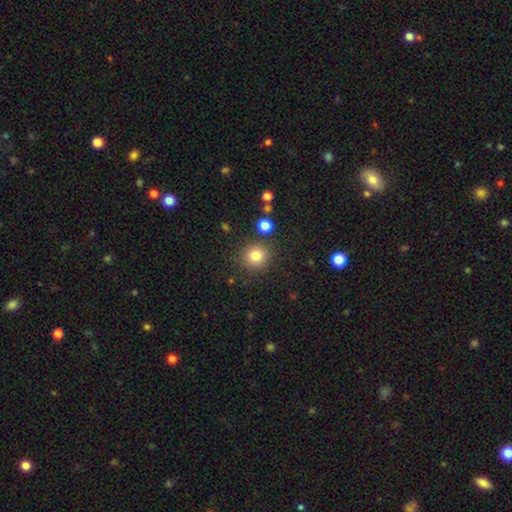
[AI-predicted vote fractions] Q: Smooth or featured?
A: smooth (82%); runner-up: star or artifact (12%)
Q: How rounded?
A: round (91%); runner-up: in between (8%)
Q: Merging?
A: none (85%); runner-up: minor disturbance (8%)